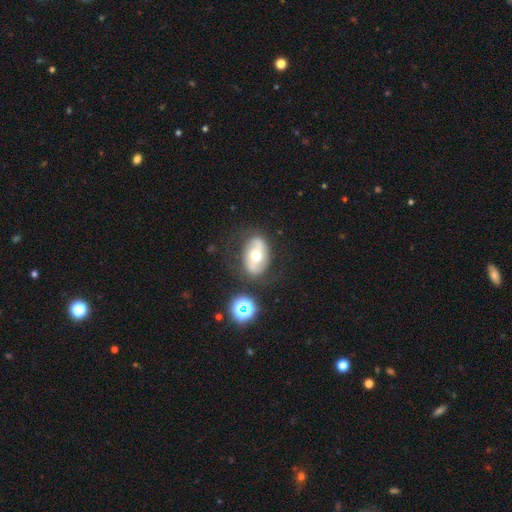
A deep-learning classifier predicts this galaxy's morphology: A featured or disk galaxy (53%). Merging: none (74%).